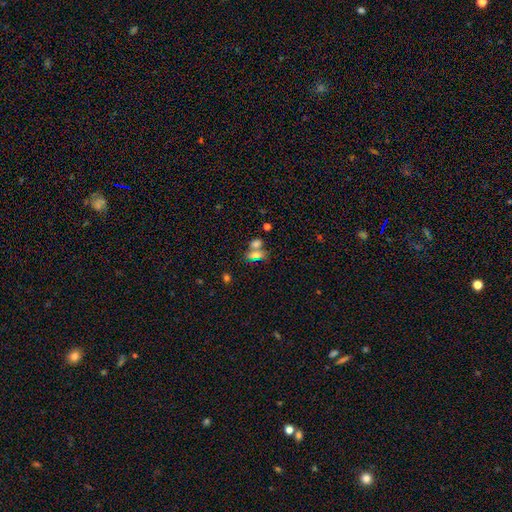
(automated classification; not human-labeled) A smooth galaxy with no disk features (64%) that is in between round and cigar-shaped (69%). Merging: merger (46%).